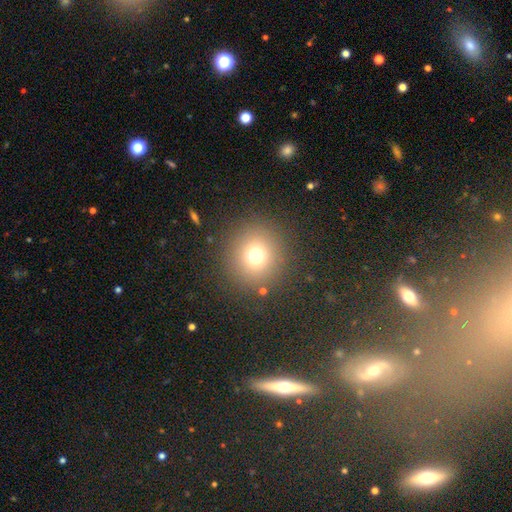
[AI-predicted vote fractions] smooth-or-featured: smooth: 72% | star or artifact: 18% | featured or disk: 9%
  how-rounded: round: 94% | in between: 5% | cigar-shaped: 1%
  merging: none: 88% | minor disturbance: 6% | major disturbance: 4% | merger: 2%